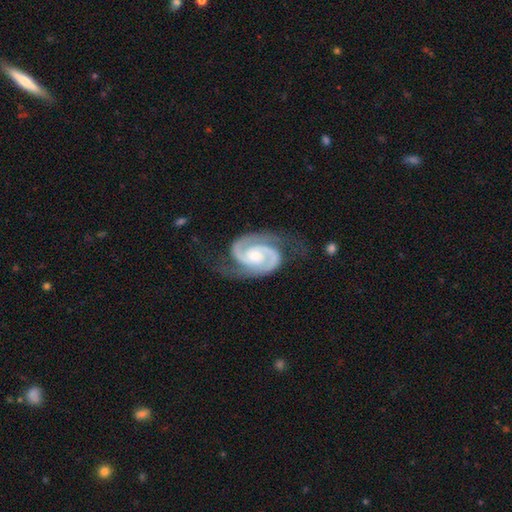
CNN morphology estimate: The model was most divided on "spiral winding" (2-way tie): medium: 46%, tight: 46%, loose: 8%. More confident: spiral arms — yes (99%); edge-on disk — no (98%); spiral arm count — 2 (94%); smooth or featured — featured or disk (93%); merging — none (70%); bar — no (62%); bulge size — moderate (56%).